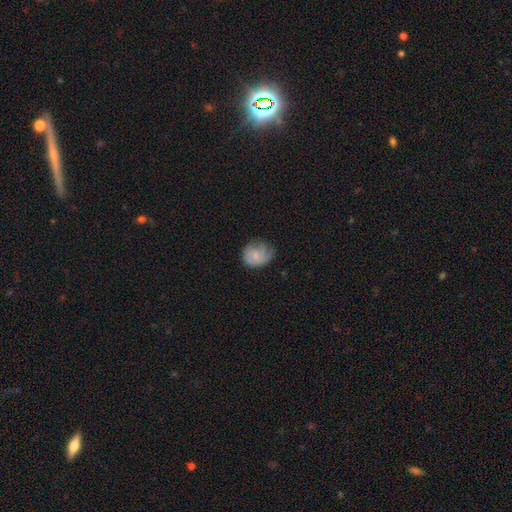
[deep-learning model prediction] This is possibly a smooth galaxy (59%). How rounded: likely round (62%). Merging: possibly none (51%).